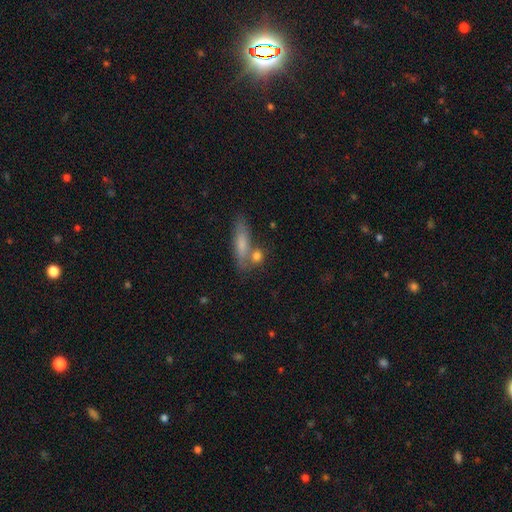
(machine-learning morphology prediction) type=smooth (66%); roundness=cigar-shaped (64%); merging=none (65%).